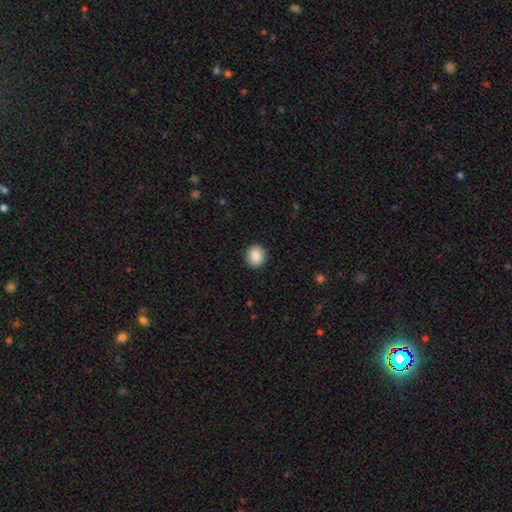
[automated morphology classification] Smooth or featured? Predicted: smooth (p=0.87). How rounded? Predicted: round (p=0.83). Merging? Predicted: none (p=0.92).